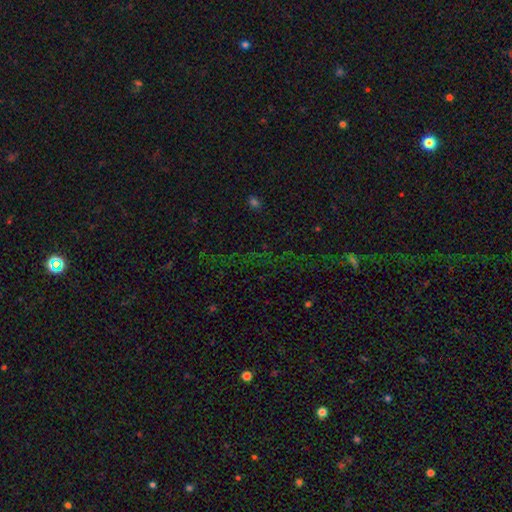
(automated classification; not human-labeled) Q: Smooth or featured?
A: star or artifact (72%); runner-up: smooth (17%)